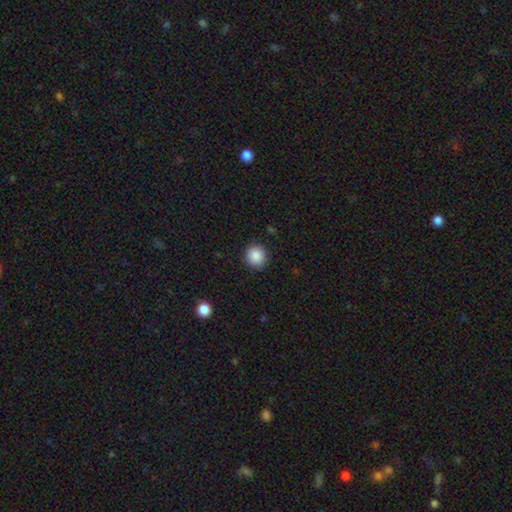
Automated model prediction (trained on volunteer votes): Morphology: type=smooth (88%); roundness=round (92%); merging=none (90%).